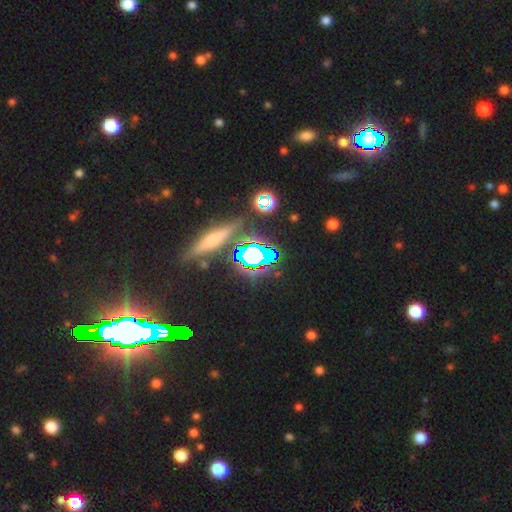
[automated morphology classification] This is likely a star or artifact rather than a galaxy (63%).